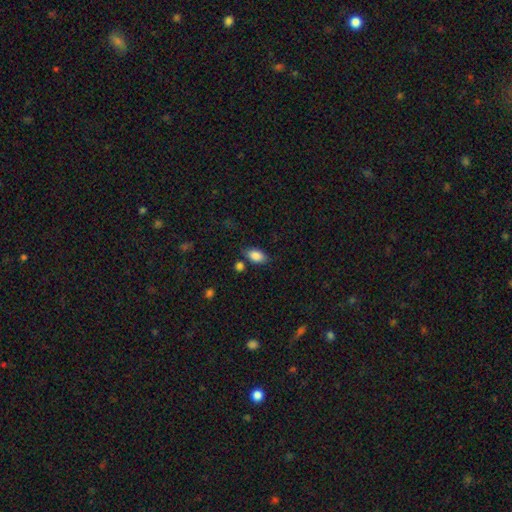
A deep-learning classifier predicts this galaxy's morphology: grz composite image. It shows a smooth galaxy with no disk features (87%) that is in between round and cigar-shaped (90%). Merging: none (73%).